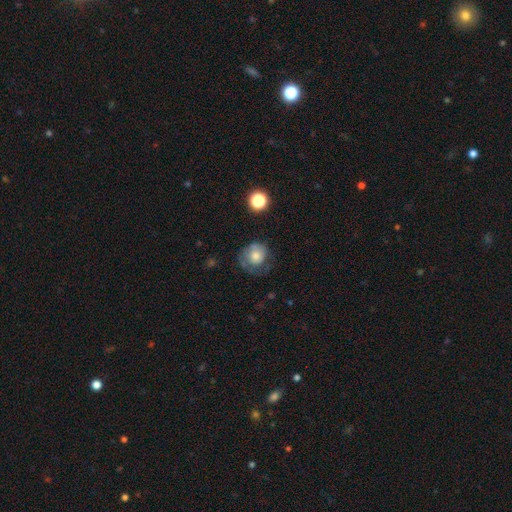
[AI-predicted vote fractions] smooth_or_featured: smooth (p=0.59) [alt: featured or disk p=0.31]
how_rounded: round (p=0.77) [alt: in between p=0.22]
merging: none (p=0.46) [alt: minor disturbance p=0.27]